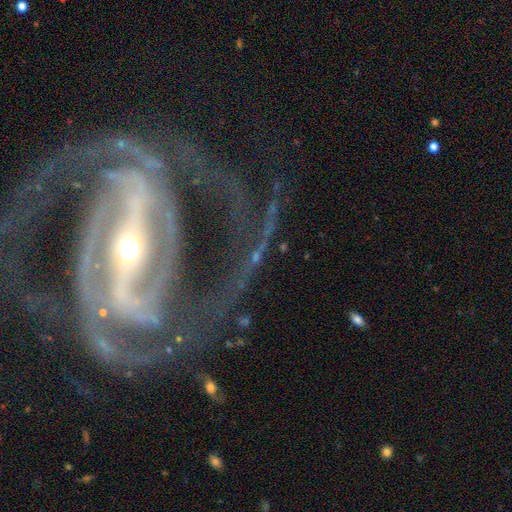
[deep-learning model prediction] Overall: featured or disk (84%). Edge-on disk: no (89%). Bar: strong (58%; weak 23%). Spiral arms: yes (89%). Spiral arm count: 2 (64%). Spiral winding: medium (42%; tight 33%). Bulge size: moderate (47%; small 44%). Merging: none (58%; major disturbance 23%).